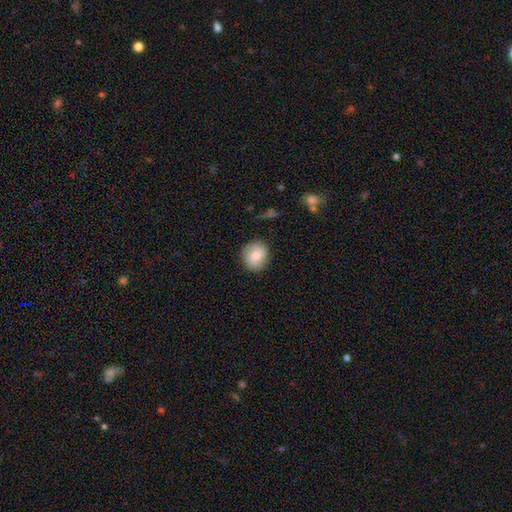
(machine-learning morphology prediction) smooth-or-featured: smooth: 76% | featured or disk: 16% | star or artifact: 8%
  how-rounded: round: 85% | in between: 14% | cigar-shaped: 1%
  merging: none: 85% | minor disturbance: 11% | major disturbance: 3% | merger: 1%